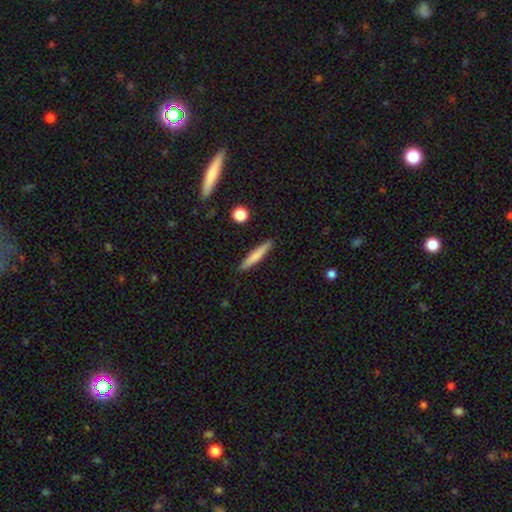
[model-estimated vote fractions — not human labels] Smooth or featured: smooth — 72% (featured or disk — 21%)
How rounded: cigar-shaped — 92% (in between — 7%)
Merging: none — 89% (minor disturbance — 8%)